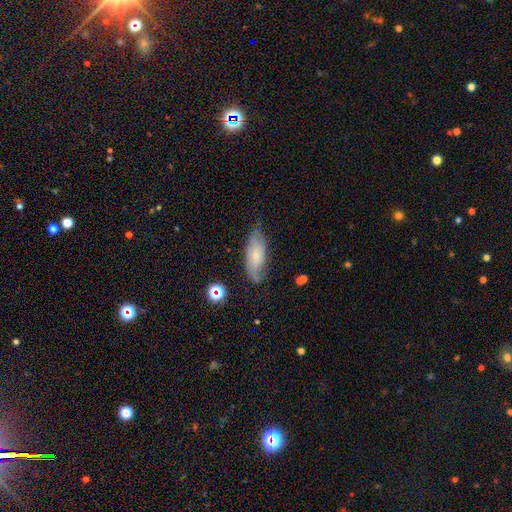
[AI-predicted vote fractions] Smooth or featured: smooth — 49% (featured or disk — 43%)
Merging: none — 69% (minor disturbance — 22%)